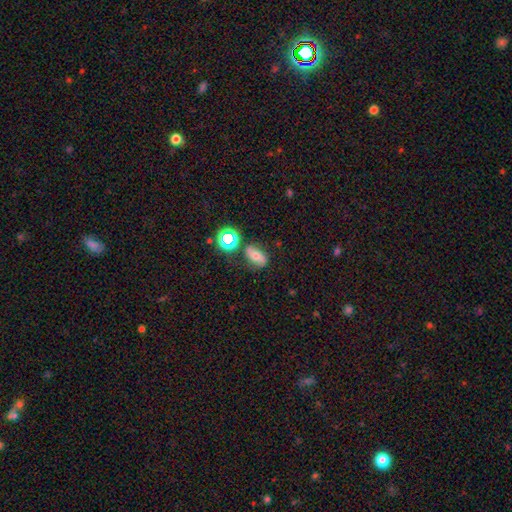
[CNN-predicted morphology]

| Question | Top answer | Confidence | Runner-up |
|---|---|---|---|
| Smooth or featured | smooth | 45% | featured or disk (36%) |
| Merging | none | 68% | minor disturbance (18%) |